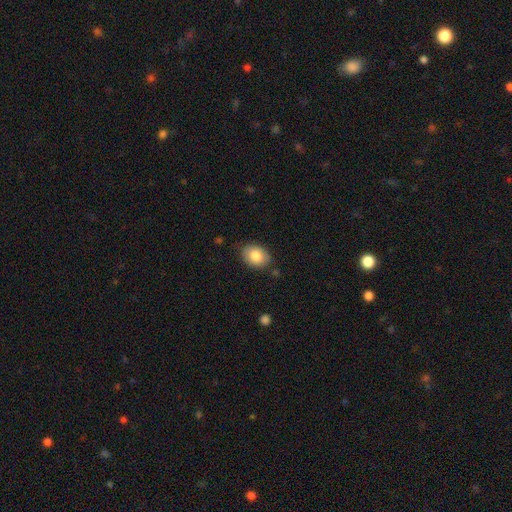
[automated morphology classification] Q: Smooth or featured?
A: smooth (83%); runner-up: featured or disk (9%)
Q: How rounded?
A: in between (71%); runner-up: round (28%)
Q: Merging?
A: none (82%); runner-up: minor disturbance (13%)